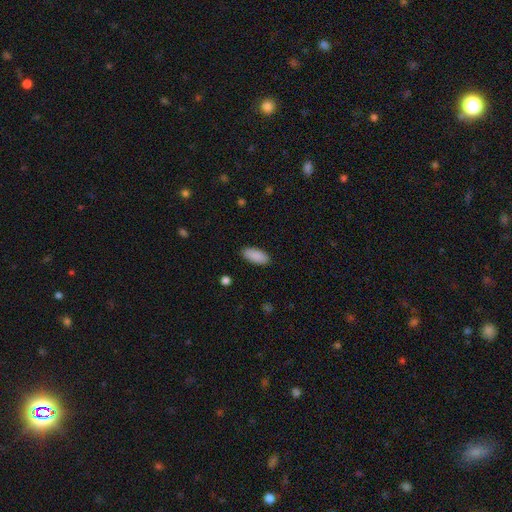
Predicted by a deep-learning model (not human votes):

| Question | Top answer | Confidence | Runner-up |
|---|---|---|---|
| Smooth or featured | smooth | 90% | star or artifact (6%) |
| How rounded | in between | 88% | cigar-shaped (10%) |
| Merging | none | 89% | minor disturbance (8%) |